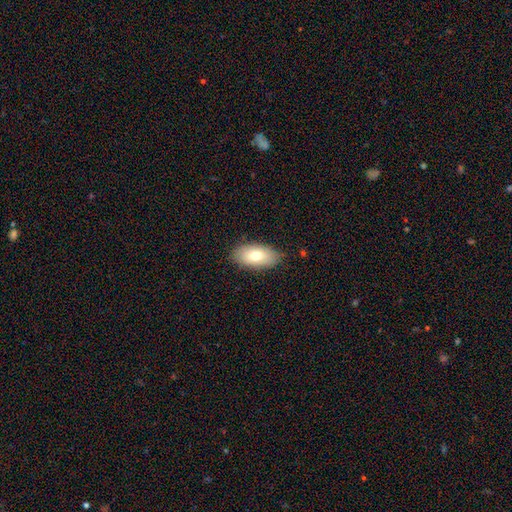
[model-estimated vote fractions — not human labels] Smooth or featured? Predicted: smooth (p=0.73). How rounded? Predicted: in between (p=0.93). Merging? Predicted: none (p=0.86).